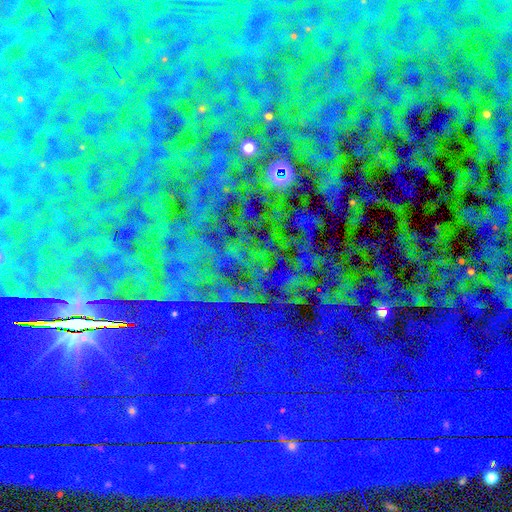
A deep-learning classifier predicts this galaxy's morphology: A star or artifact, not a galaxy (83%).